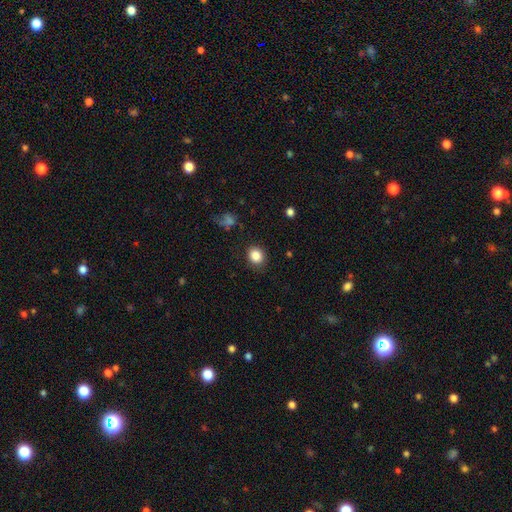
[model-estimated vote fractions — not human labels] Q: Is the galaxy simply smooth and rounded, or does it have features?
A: smooth — 86%.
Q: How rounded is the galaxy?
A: round — 68%.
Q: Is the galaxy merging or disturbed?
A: none — 85%.